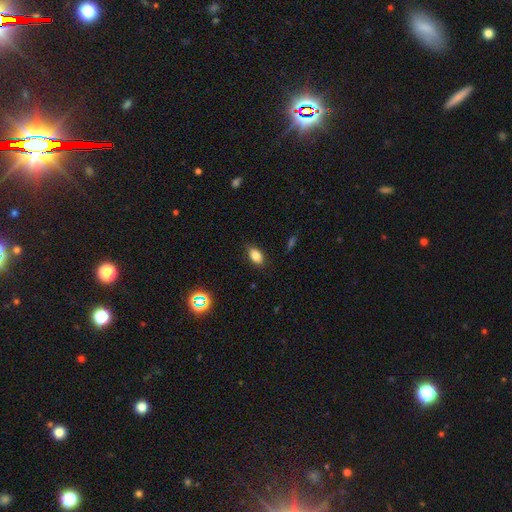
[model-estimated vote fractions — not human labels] smooth_or_featured: smooth (p=0.80) [alt: star or artifact p=0.11]
how_rounded: in between (p=0.88) [alt: round p=0.10]
merging: none (p=0.83) [alt: minor disturbance p=0.13]